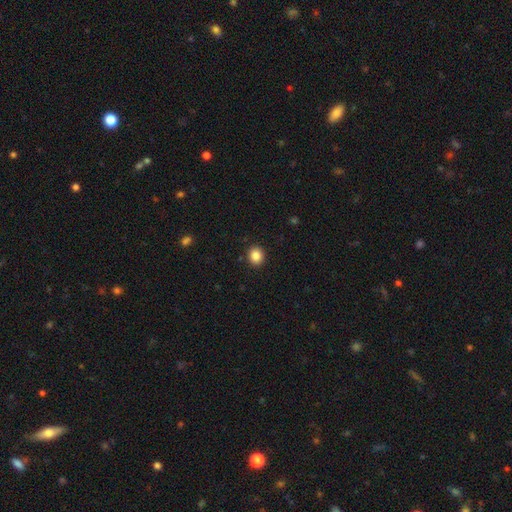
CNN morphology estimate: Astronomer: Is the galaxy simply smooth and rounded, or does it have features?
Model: smooth — 86%.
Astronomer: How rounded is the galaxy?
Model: round — 71%.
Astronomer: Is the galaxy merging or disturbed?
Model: none — 91%.